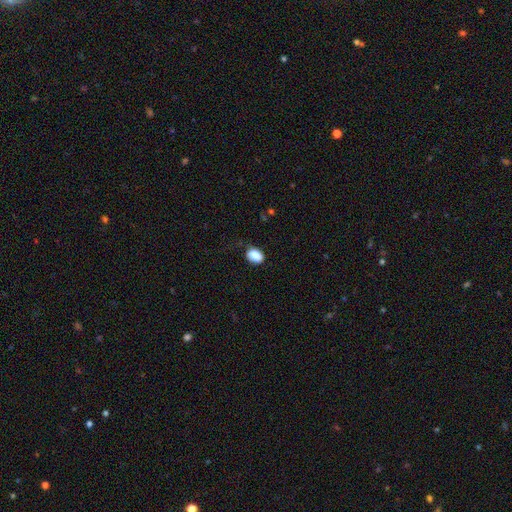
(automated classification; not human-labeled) The model was most divided on "merging": none: 73%, minor disturbance: 20%, major disturbance: 6%, merger: 1%. More confident: smooth or featured — smooth (85%); how rounded — in between (81%).